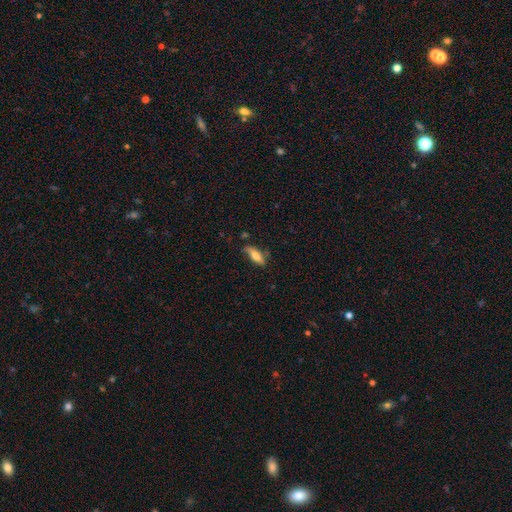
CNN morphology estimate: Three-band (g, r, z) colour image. It shows a smooth galaxy with no disk features (72%) that is in between round and cigar-shaped (56%). Merging: none (58%).